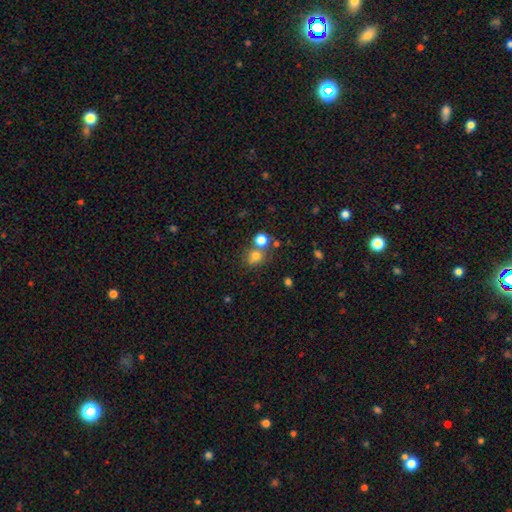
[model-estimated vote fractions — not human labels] Q: Smooth or featured?
A: smooth (75%); runner-up: star or artifact (16%)
Q: How rounded?
A: round (79%); runner-up: in between (20%)
Q: Merging?
A: none (56%); runner-up: merger (31%)